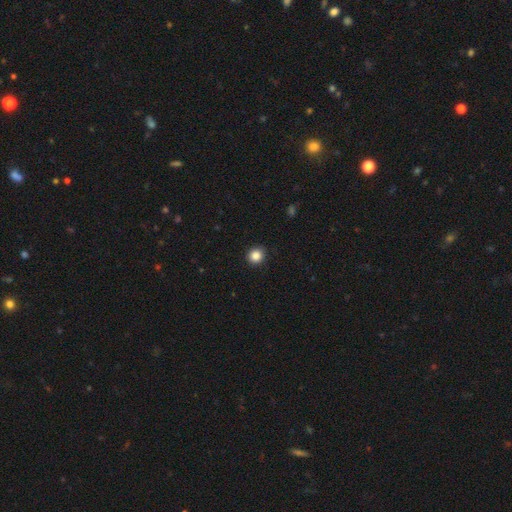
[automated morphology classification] smooth-or-featured: smooth: 85% | star or artifact: 11% | featured or disk: 4%
  how-rounded: round: 90% | in between: 9% | cigar-shaped: 1%
  merging: none: 92% | minor disturbance: 6% | major disturbance: 2% | merger: 1%